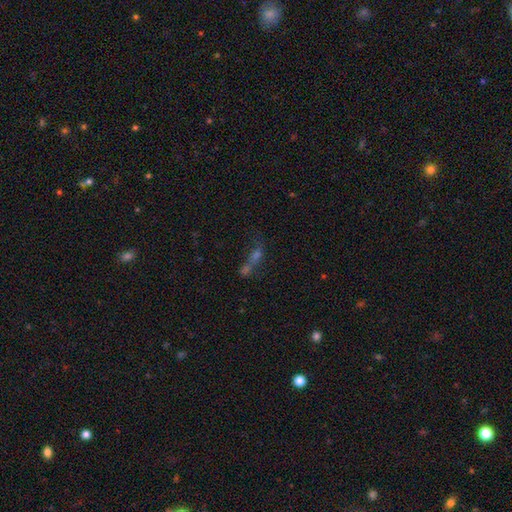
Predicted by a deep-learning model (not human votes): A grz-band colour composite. It shows a smooth galaxy with no disk features (40%). Merging: merger (53%).